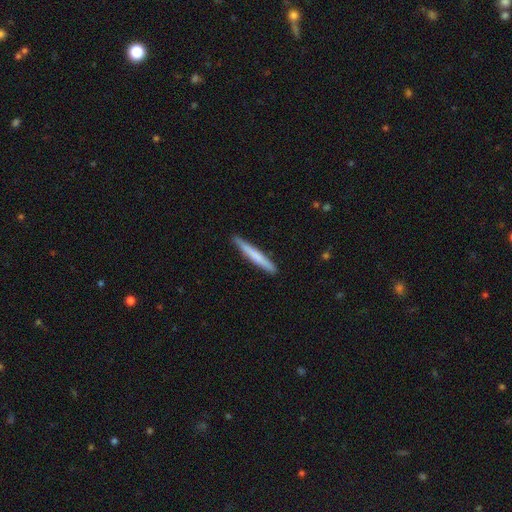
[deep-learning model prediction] smooth_or_featured: smooth (p=0.65) [alt: featured or disk p=0.30]
how_rounded: cigar-shaped (p=0.96) [alt: in between p=0.03]
merging: none (p=0.88) [alt: minor disturbance p=0.09]